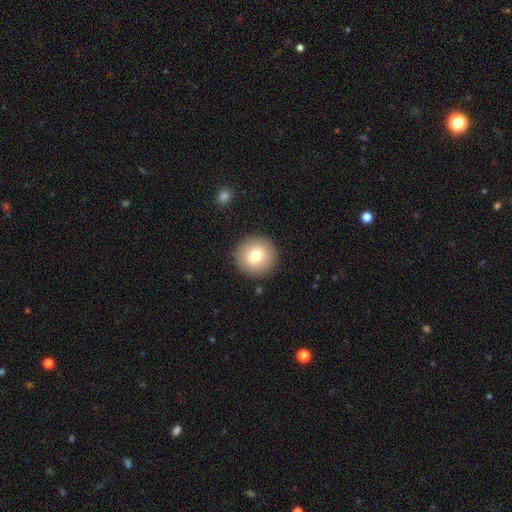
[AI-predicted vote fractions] This appears to be a smooth galaxy with no disk features (78%) that is round (95%). Merging: none (90%).